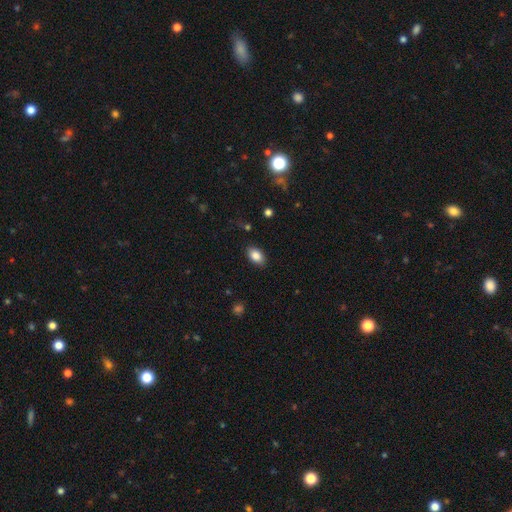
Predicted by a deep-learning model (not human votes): Morphology: type=smooth (86%); roundness=in between (90%); merging=none (86%).